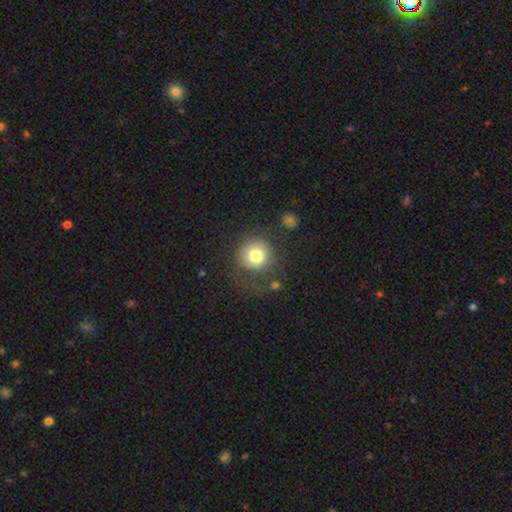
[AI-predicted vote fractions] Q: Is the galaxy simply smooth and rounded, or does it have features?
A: smooth — 76%.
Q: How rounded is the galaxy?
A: round — 93%.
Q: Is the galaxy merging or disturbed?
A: none — 64%.